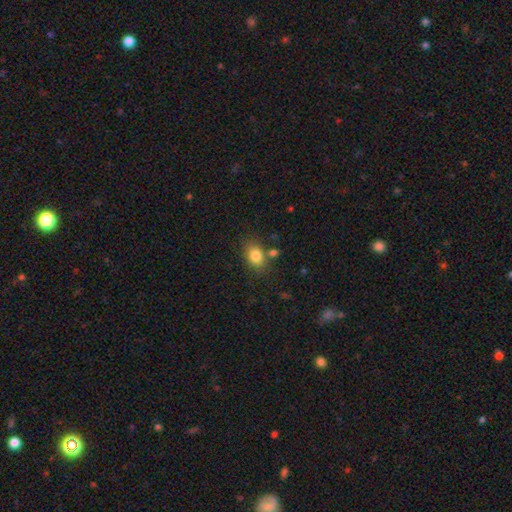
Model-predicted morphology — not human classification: This is clearly a smooth galaxy (82%). How rounded: likely in between (69%). Merging: likely none (72%).